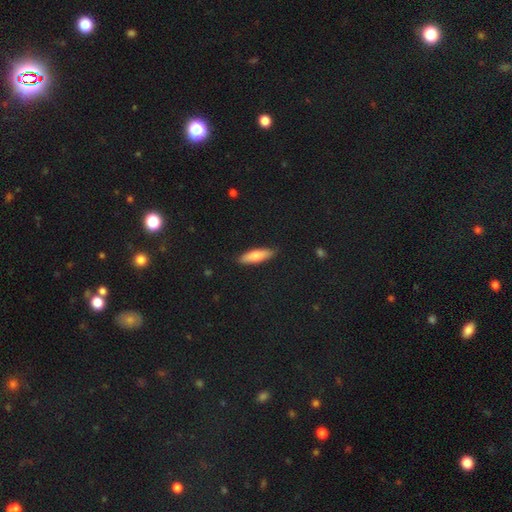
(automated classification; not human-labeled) Smooth or featured? smooth (75%)
How rounded? cigar-shaped (53%)
Merging? none (87%)